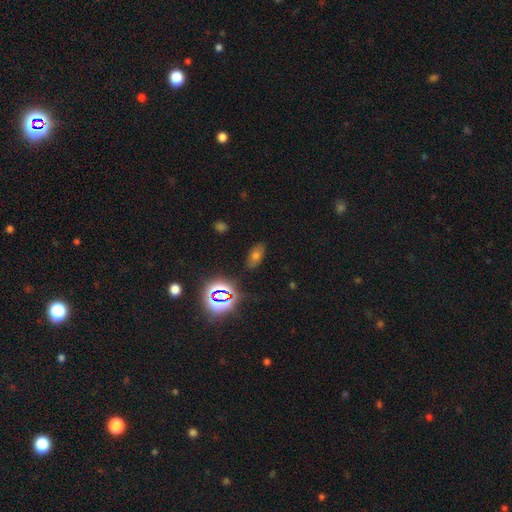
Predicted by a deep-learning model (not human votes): This appears to be a smooth galaxy with no disk features (48%). Merging: none (83%).